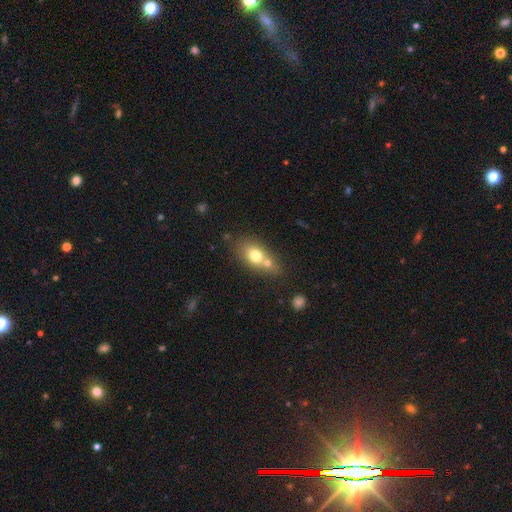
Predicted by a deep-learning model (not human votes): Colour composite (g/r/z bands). It shows a smooth galaxy with no disk features (69%) that is in between round and cigar-shaped (71%). Merging: merger (46%).